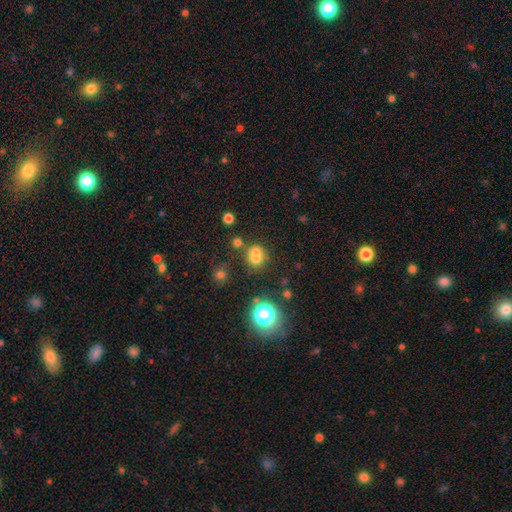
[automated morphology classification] This appears to be a smooth galaxy with no disk features (66%) that is round (73%). Merging: merger (44%).